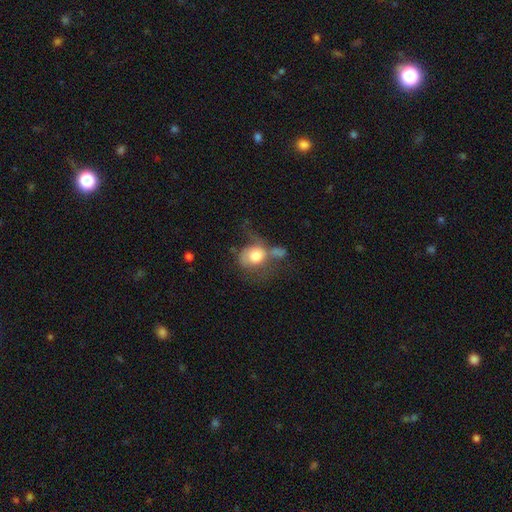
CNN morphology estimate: smooth 65%, featured or disk 26%, star or artifact 8%. Down the decision tree: how rounded — round (53%); merging — major disturbance (35%).